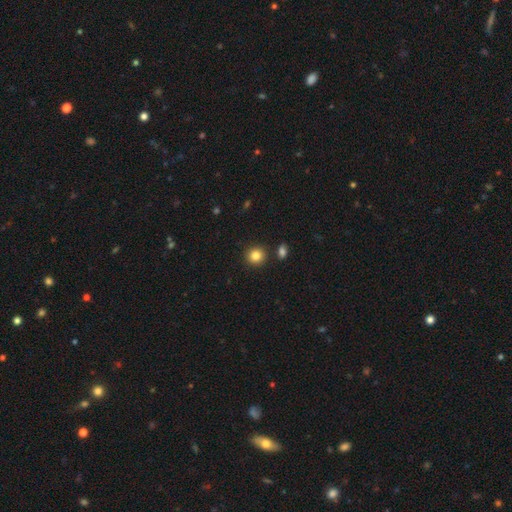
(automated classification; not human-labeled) Smooth or featured: smooth — 84% (star or artifact — 10%)
How rounded: round — 89% (in between — 10%)
Merging: none — 88% (minor disturbance — 6%)